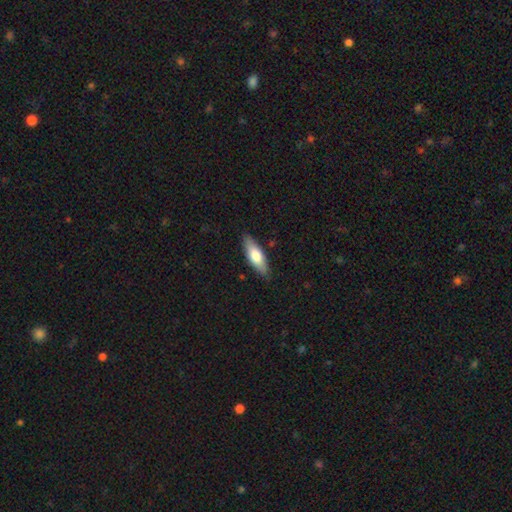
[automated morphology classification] Smooth or featured: smooth — 68% (featured or disk — 27%)
How rounded: in between — 55% (cigar-shaped — 43%)
Merging: none — 87% (minor disturbance — 10%)